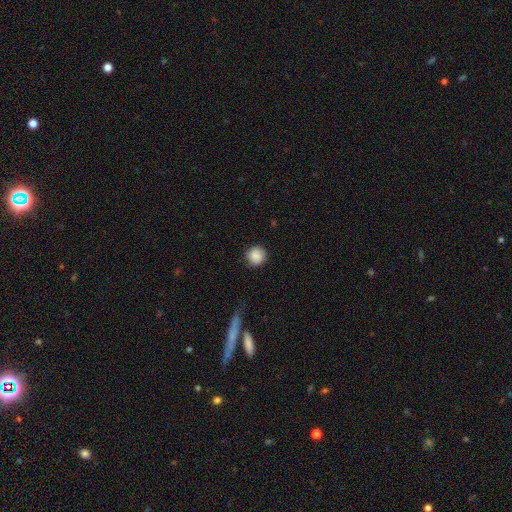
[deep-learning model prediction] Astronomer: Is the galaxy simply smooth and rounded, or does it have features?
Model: smooth — 86%.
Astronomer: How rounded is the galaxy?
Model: round — 91%.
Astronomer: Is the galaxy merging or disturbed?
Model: none — 82%.